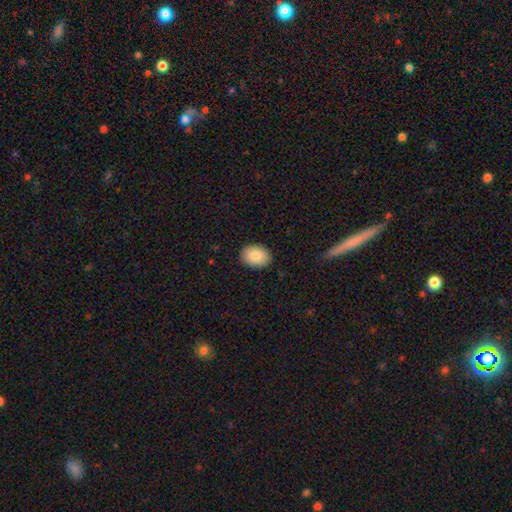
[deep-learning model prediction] smooth-or-featured: smooth: 88% | star or artifact: 7% | featured or disk: 6%
  how-rounded: in between: 78% | round: 21% | cigar-shaped: 1%
  merging: none: 89% | minor disturbance: 9% | major disturbance: 2% | merger: 1%